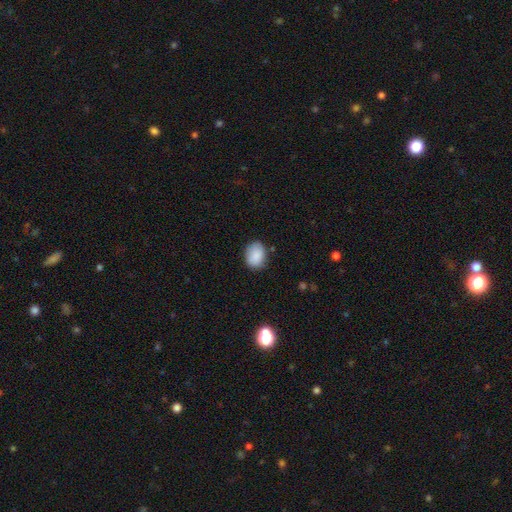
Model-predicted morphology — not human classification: Smooth or featured? smooth (88%)
How rounded? in between (68%)
Merging? none (77%)